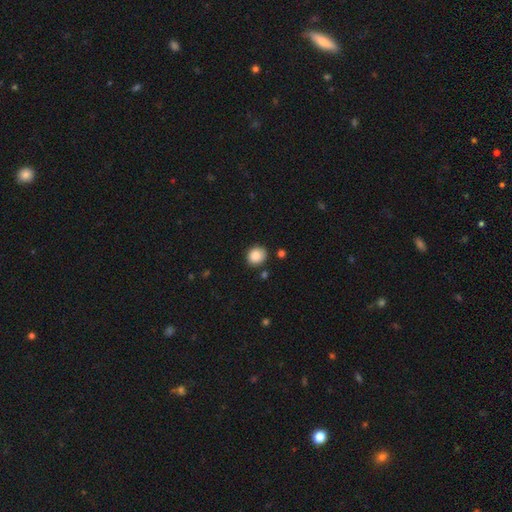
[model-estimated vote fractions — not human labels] A smooth galaxy with no disk features (86%) that is round (76%).

Vote fractions:
- Smooth or featured? smooth: 86% / star or artifact: 9% / featured or disk: 5%
- How rounded? round: 76% / in between: 23% / cigar-shaped: 1%
- Merging? none: 83% / minor disturbance: 12% / merger: 3% / major disturbance: 2%